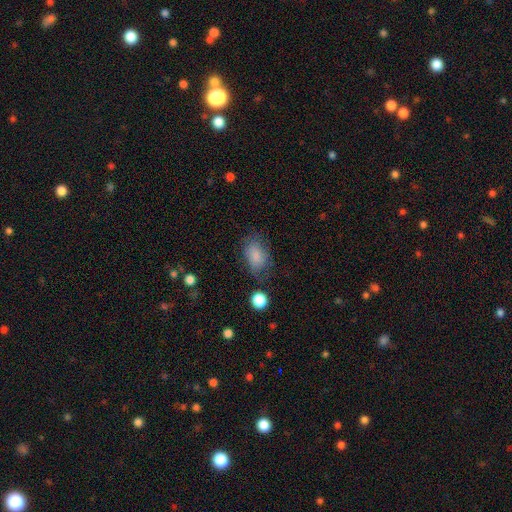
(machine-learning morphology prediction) Smooth or featured? Predicted: smooth (p=0.81). How rounded? Predicted: in between (p=0.86). Merging? Predicted: none (p=0.61).